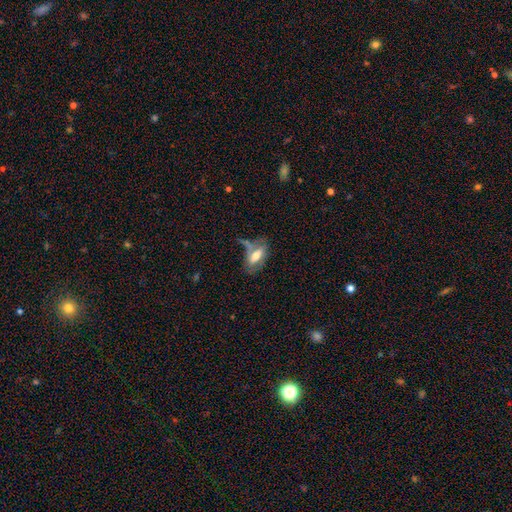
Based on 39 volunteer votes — This is possibly a smooth galaxy (49%). How rounded: clearly in between (89%). Merging: marginally none (32%).